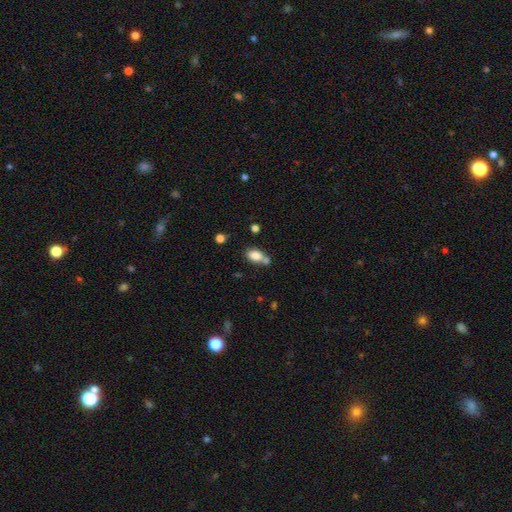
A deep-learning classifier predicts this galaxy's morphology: Smooth or featured?
  - smooth: 82% *
  - featured or disk: 9%
  - star or artifact: 9%
How rounded?
  - in between: 86% *
  - round: 11%
  - cigar-shaped: 4%
Merging?
  - none: 49% *
  - merger: 32%
  - minor disturbance: 15%
  - major disturbance: 5%